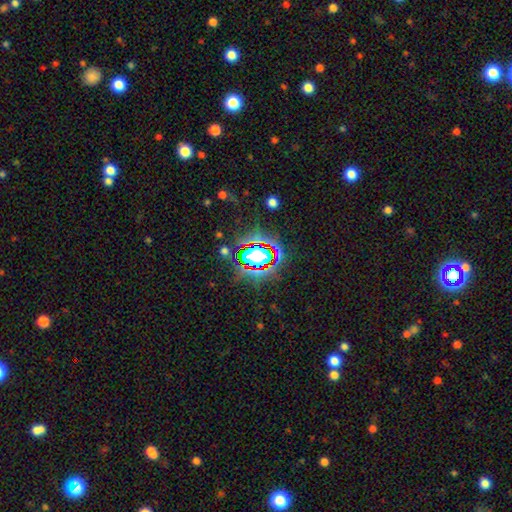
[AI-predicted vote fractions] The model was most divided on "smooth or featured": star or artifact: 69%, smooth: 18%, featured or disk: 13%.